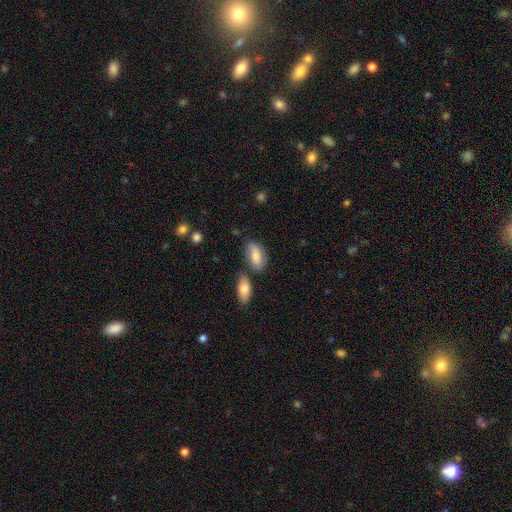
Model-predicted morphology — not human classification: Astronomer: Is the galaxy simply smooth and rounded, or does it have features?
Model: smooth — 72%.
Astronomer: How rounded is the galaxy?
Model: in between — 89%.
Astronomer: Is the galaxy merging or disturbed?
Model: none — 64%.